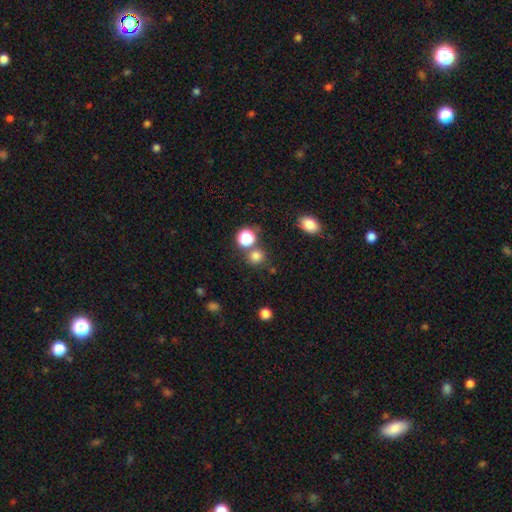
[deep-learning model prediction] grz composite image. It shows a smooth galaxy with no disk features (78%) that is round (87%). Merging: none (72%).